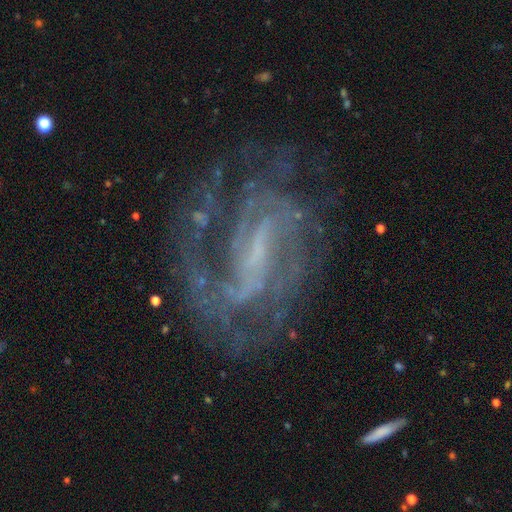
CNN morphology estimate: type=featured or disk (86%); edge-on=no (97%); bar=weak (42%); spiral arms=yes (94%); winding=medium (45%); arm count=2 (48%); bulge=none (42%); merging=none (64%).